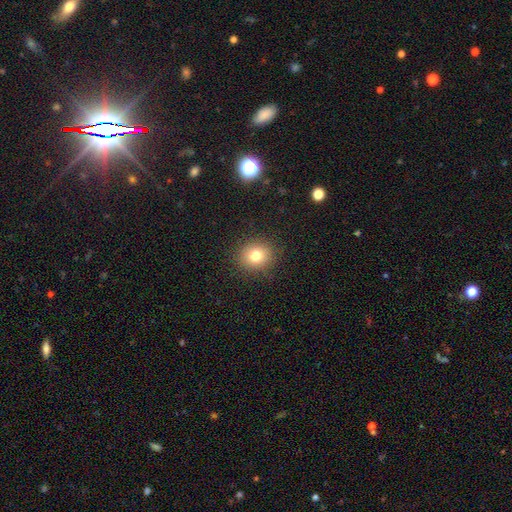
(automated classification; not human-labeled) Smooth or featured? smooth (79%)
How rounded? round (78%)
Merging? none (89%)